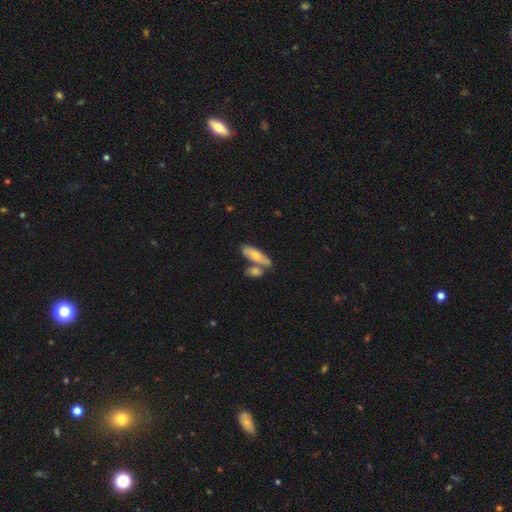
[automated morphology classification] Smooth or featured?
  - smooth: 64% *
  - featured or disk: 30%
  - star or artifact: 6%
How rounded?
  - in between: 54% *
  - cigar-shaped: 43%
  - round: 3%
Merging?
  - none: 49% *
  - merger: 34%
  - minor disturbance: 13%
  - major disturbance: 4%